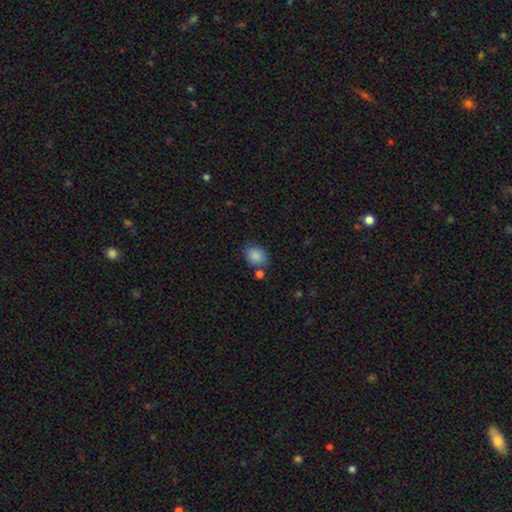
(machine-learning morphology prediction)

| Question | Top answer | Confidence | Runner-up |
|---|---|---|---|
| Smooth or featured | smooth | 87% | star or artifact (8%) |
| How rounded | in between | 54% | round (45%) |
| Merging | none | 71% | minor disturbance (15%) |